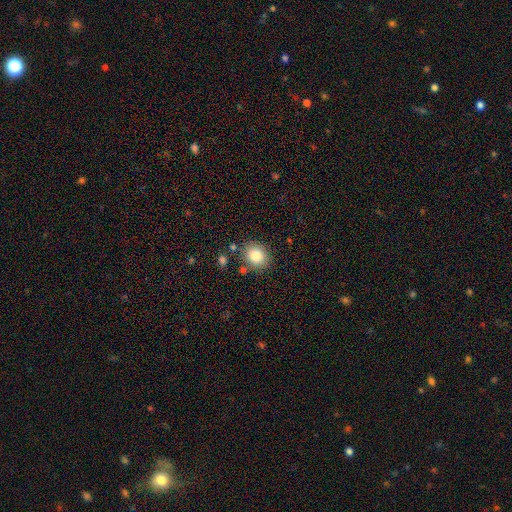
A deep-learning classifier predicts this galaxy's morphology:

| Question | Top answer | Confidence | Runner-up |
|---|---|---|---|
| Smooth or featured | smooth | 83% | star or artifact (10%) |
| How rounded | round | 65% | in between (34%) |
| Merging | none | 82% | minor disturbance (10%) |